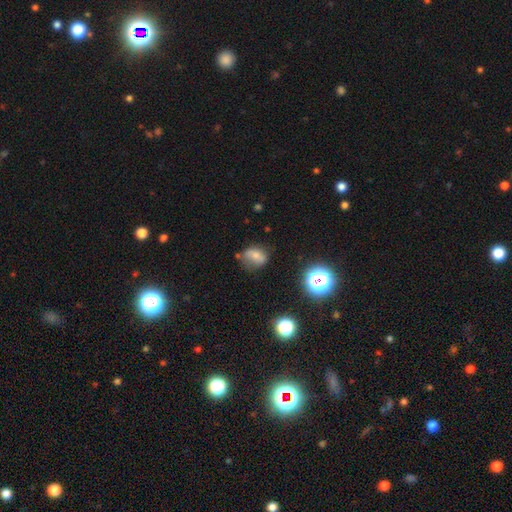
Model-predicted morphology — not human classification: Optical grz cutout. It shows a smooth galaxy with no disk features (63%) that is in between round and cigar-shaped (58%). Merging: none (57%).